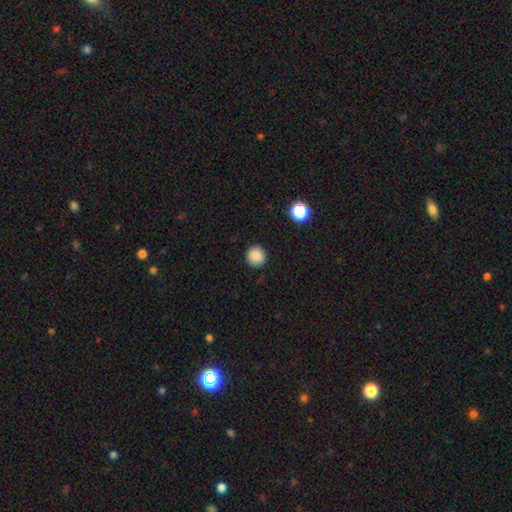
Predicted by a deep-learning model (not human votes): A smooth galaxy with no disk features (87%) that is round (94%). Merging: none (91%).